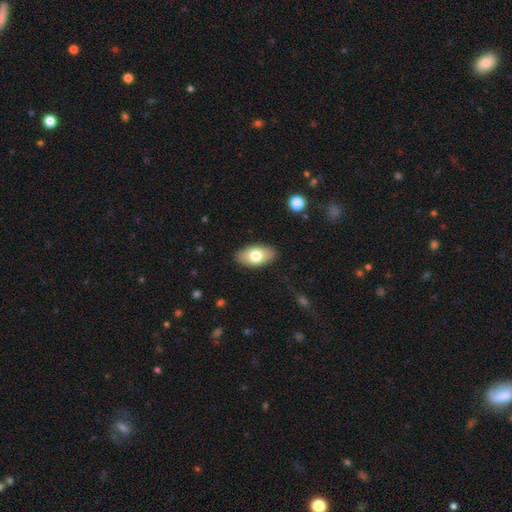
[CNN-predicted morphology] Smooth or featured?
  - smooth: 74% *
  - featured or disk: 20%
  - star or artifact: 6%
How rounded?
  - in between: 94% *
  - round: 4%
  - cigar-shaped: 2%
Merging?
  - none: 87% *
  - minor disturbance: 9%
  - major disturbance: 2%
  - merger: 1%